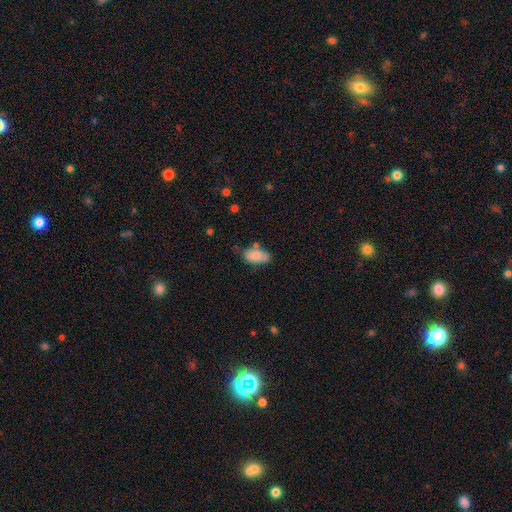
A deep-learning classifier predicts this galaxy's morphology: The model was most divided on "merging": none: 57%, minor disturbance: 27%, merger: 9%, major disturbance: 7%. More confident: how rounded — in between (92%); smooth or featured — smooth (84%).